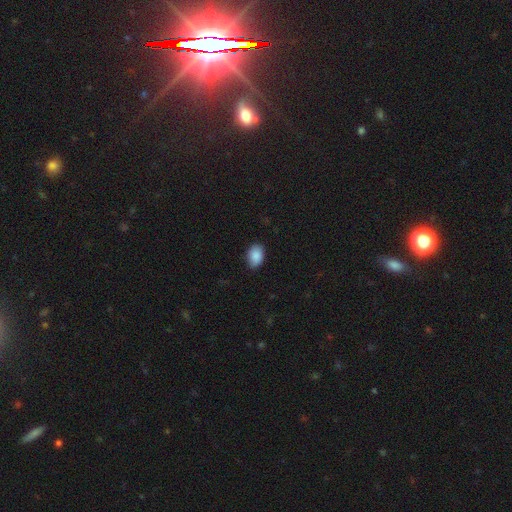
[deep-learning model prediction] A smooth galaxy with no disk features (89%) that is in between round and cigar-shaped (81%).

Vote fractions:
- Smooth or featured? smooth: 89% / star or artifact: 7% / featured or disk: 4%
- How rounded? in between: 81% / round: 18% / cigar-shaped: 1%
- Merging? none: 83% / minor disturbance: 13% / major disturbance: 2% / merger: 1%